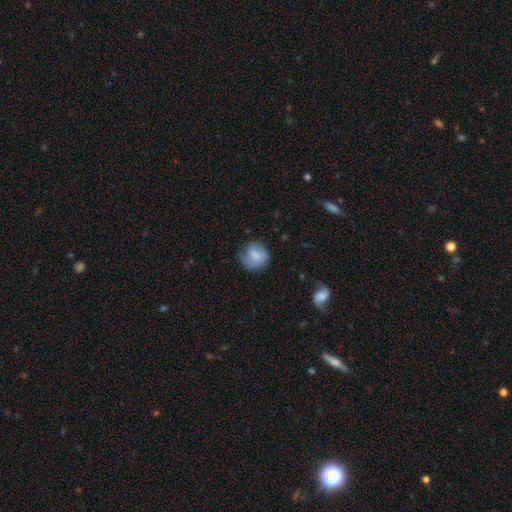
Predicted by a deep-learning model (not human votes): Smooth or featured? Predicted: smooth (p=0.70). How rounded? Predicted: round (p=0.72). Merging? Predicted: none (p=0.54).